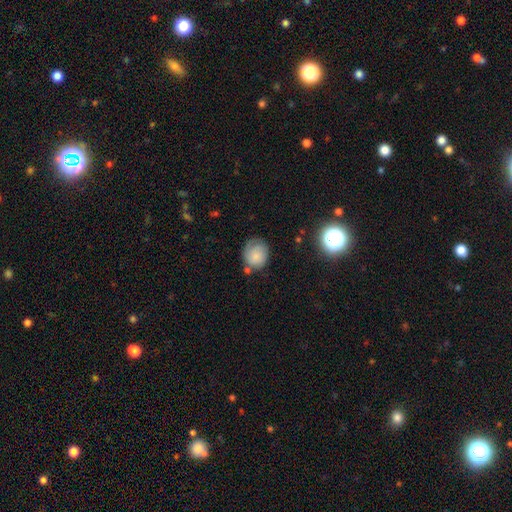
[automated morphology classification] The model was most divided on "merging": none: 57%, minor disturbance: 27%, major disturbance: 10%, merger: 6%. More confident: how rounded — round (73%); smooth or featured — smooth (71%).